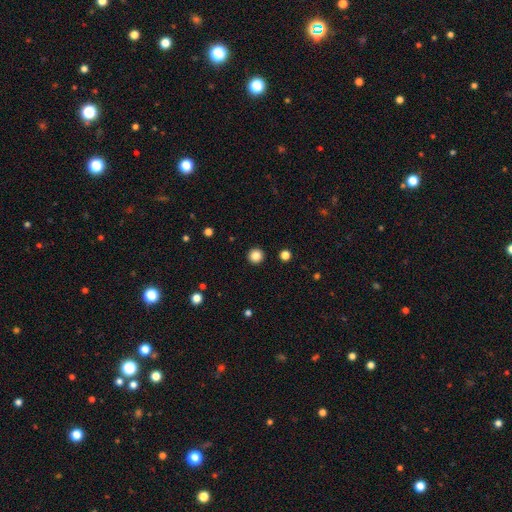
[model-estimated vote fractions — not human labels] Smooth or featured? Predicted: smooth (p=0.85). How rounded? Predicted: round (p=0.96). Merging? Predicted: none (p=0.93).